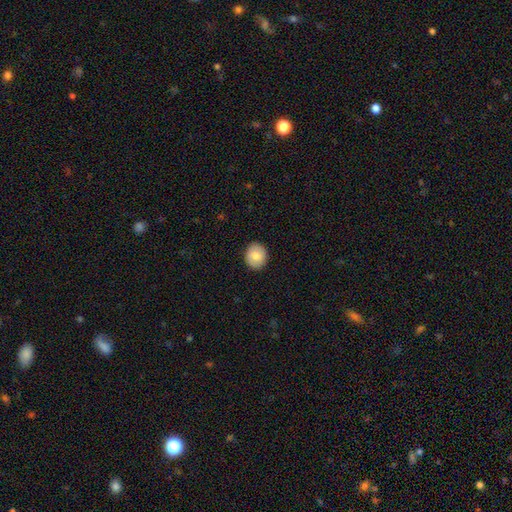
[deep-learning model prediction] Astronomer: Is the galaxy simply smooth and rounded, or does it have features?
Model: smooth — 76%.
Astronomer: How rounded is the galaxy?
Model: round — 69%.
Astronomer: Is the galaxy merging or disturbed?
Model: none — 90%.